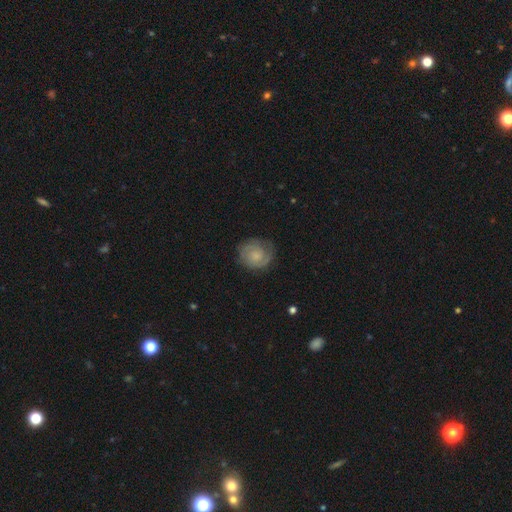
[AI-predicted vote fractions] A featured or disk galaxy (56%) with no bar (72%), spiral arms (89%) and a small central bulge (40%). Merging: none (74%).